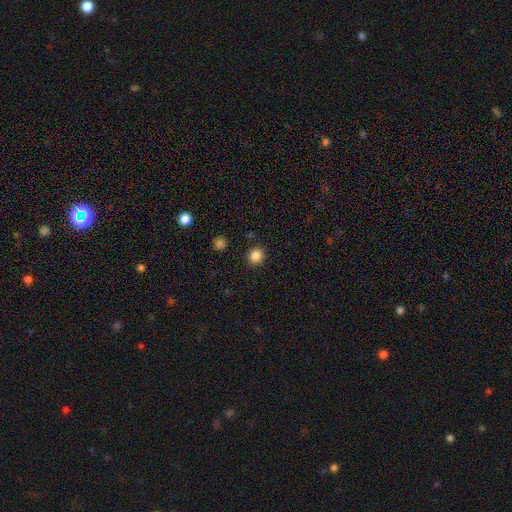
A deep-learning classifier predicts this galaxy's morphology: Smooth or featured?
  - smooth: 85% *
  - star or artifact: 12%
  - featured or disk: 3%
How rounded?
  - round: 93% *
  - in between: 6%
  - cigar-shaped: 1%
Merging?
  - none: 90% *
  - minor disturbance: 6%
  - major disturbance: 2%
  - merger: 2%